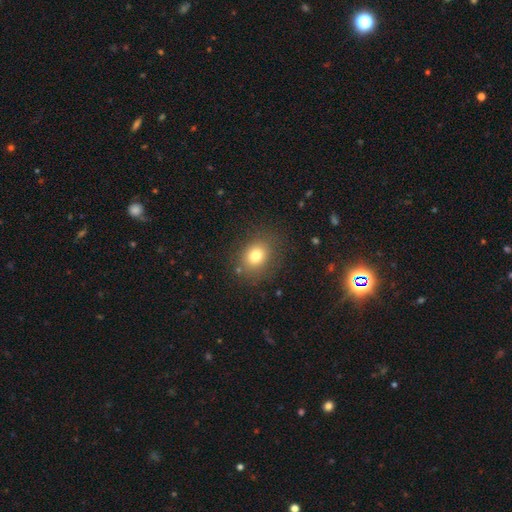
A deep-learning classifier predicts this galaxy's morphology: Smooth or featured?
  - smooth: 77% *
  - star or artifact: 13%
  - featured or disk: 10%
How rounded?
  - round: 54% *
  - in between: 45%
  - cigar-shaped: 1%
Merging?
  - none: 82% *
  - minor disturbance: 11%
  - major disturbance: 5%
  - merger: 2%